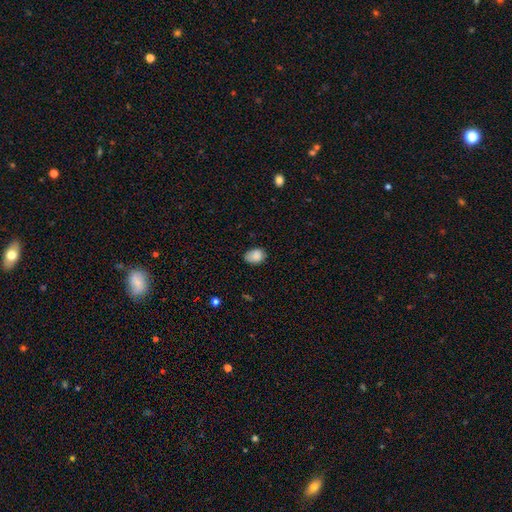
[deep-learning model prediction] This appears to be a smooth galaxy with no disk features (86%) that is in between round and cigar-shaped (71%). Merging: none (68%).